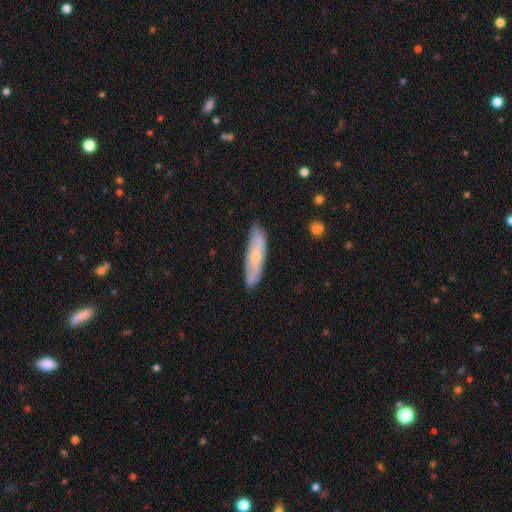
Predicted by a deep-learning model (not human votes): smooth-or-featured: featured or disk: 48% | smooth: 46% | star or artifact: 6%
  merging: none: 81% | minor disturbance: 15% | major disturbance: 3% | merger: 1%